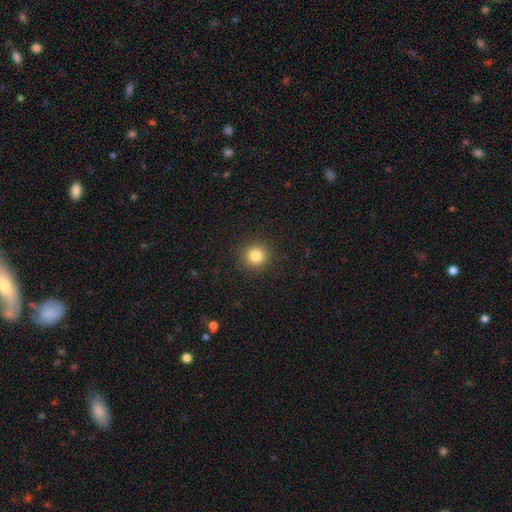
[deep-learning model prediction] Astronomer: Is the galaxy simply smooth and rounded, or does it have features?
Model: smooth — 83%.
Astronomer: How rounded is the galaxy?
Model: round — 93%.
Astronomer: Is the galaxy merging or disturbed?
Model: none — 92%.